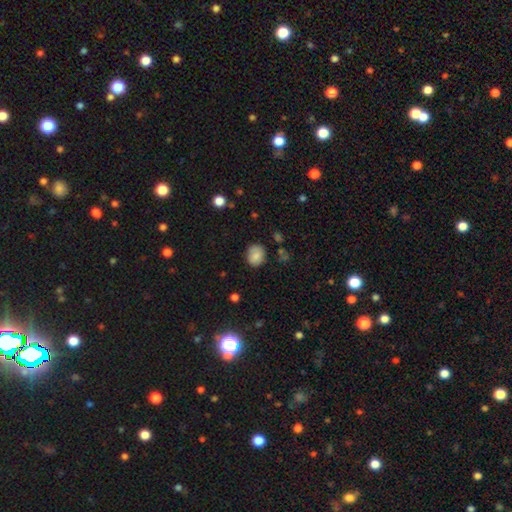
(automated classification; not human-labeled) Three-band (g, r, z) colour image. It shows a smooth galaxy with no disk features (82%) that is round (57%). Merging: none (77%).